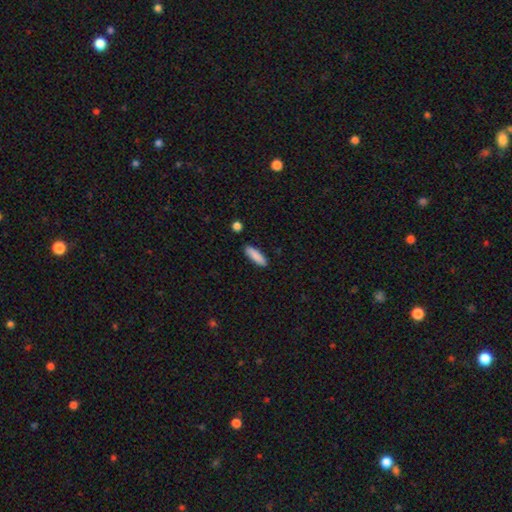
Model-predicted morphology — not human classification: This is clearly a smooth galaxy (88%). How rounded: possibly cigar-shaped (57%). Merging: clearly none (88%).